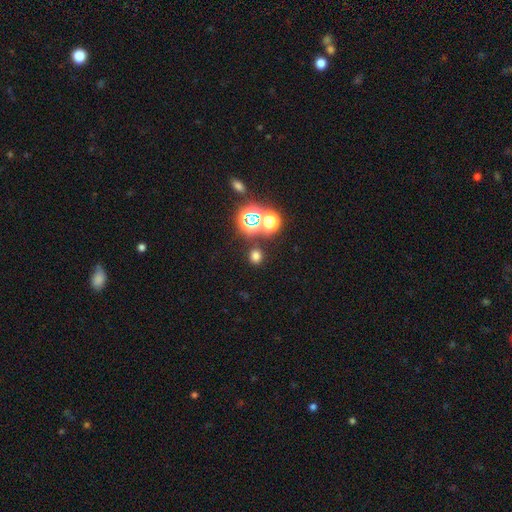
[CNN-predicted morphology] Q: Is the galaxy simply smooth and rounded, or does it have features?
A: smooth — 66%.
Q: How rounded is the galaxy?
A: round — 76%.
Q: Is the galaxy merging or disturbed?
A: none — 85%.